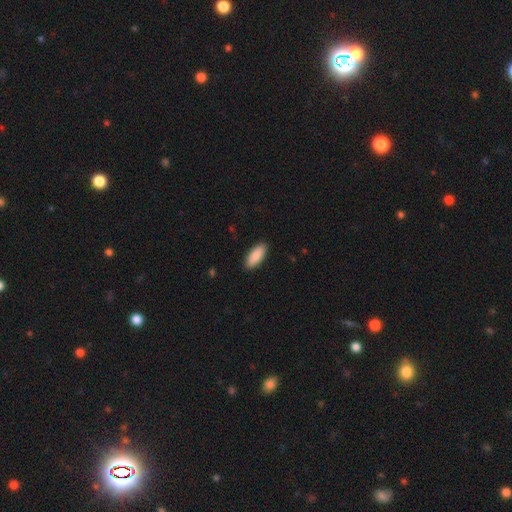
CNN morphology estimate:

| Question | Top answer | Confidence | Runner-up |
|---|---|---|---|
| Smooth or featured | smooth | 89% | featured or disk (6%) |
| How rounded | in between | 82% | cigar-shaped (16%) |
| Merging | none | 90% | minor disturbance (7%) |